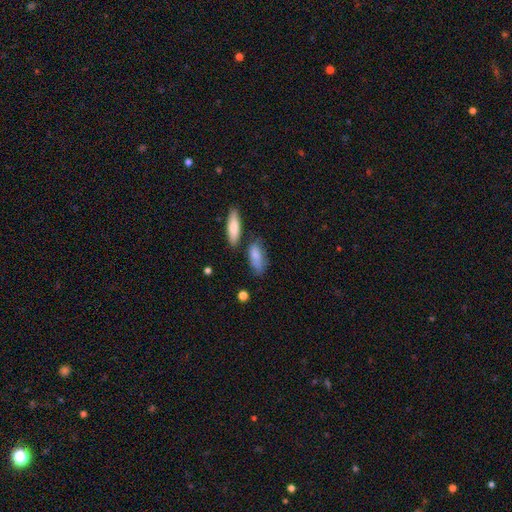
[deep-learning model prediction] smooth 80%, featured or disk 14%, star or artifact 7%. Down the decision tree: how rounded — in between (77%); merging — none (57%).